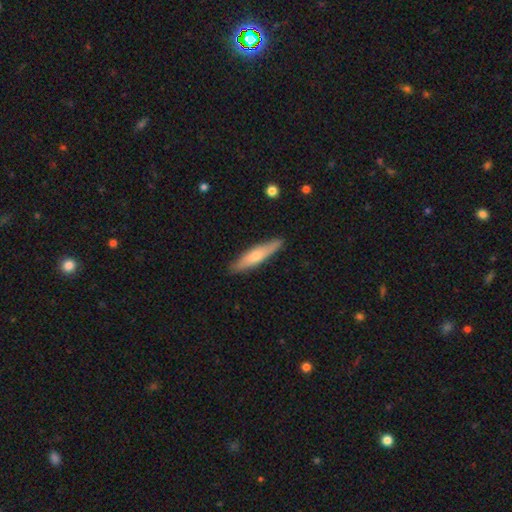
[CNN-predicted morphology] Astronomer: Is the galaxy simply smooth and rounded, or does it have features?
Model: smooth — 57% (runner-up: featured or disk, 37%).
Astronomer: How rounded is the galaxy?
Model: cigar-shaped — 85%.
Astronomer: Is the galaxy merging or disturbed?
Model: none — 88%.